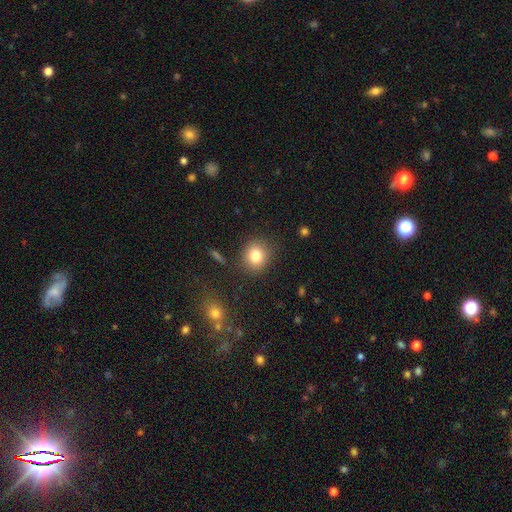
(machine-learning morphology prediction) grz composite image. It shows a smooth galaxy with no disk features (81%) that is round (80%). Merging: none (85%).